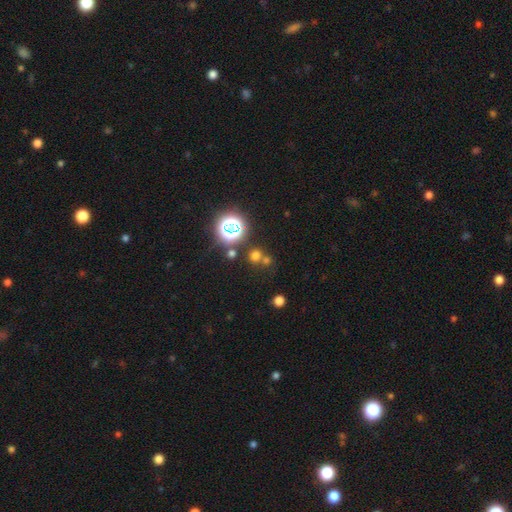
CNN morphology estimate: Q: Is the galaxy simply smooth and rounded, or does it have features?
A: smooth — 57%.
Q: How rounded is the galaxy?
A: round — 89%.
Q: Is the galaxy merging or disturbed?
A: none — 65%.